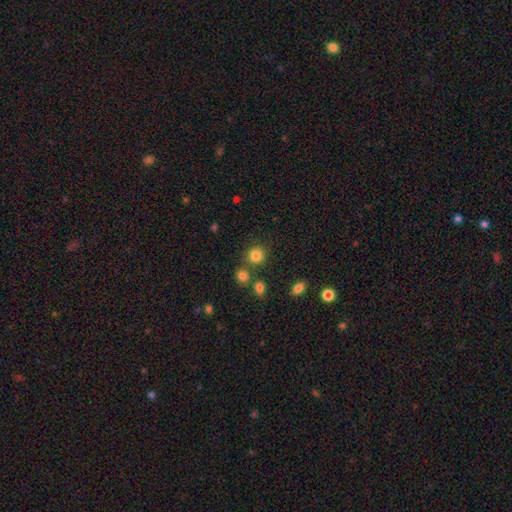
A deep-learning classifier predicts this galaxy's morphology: Smooth or featured? Predicted: smooth (p=0.82). How rounded? Predicted: round (p=0.89). Merging? Predicted: none (p=0.76).